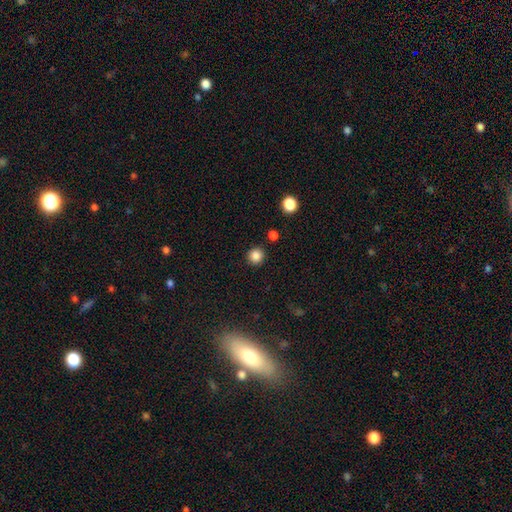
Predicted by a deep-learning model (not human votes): Smooth or featured?
  - smooth: 85% *
  - star or artifact: 11%
  - featured or disk: 3%
How rounded?
  - round: 94% *
  - in between: 5%
  - cigar-shaped: 1%
Merging?
  - none: 90% *
  - minor disturbance: 5%
  - merger: 2%
  - major disturbance: 2%